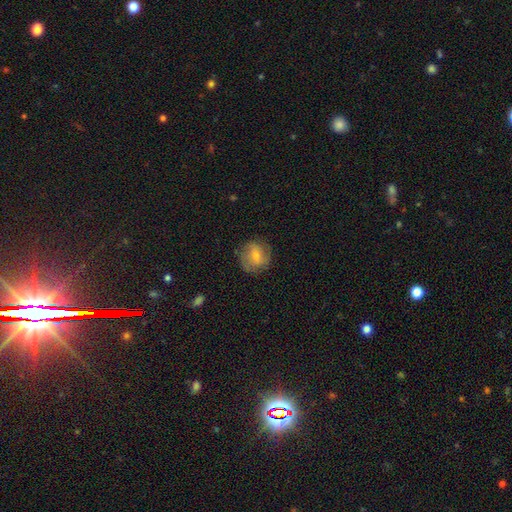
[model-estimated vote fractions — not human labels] Overall: smooth (55%; featured or disk 37%). How rounded: round (82%). Merging: none (74%).